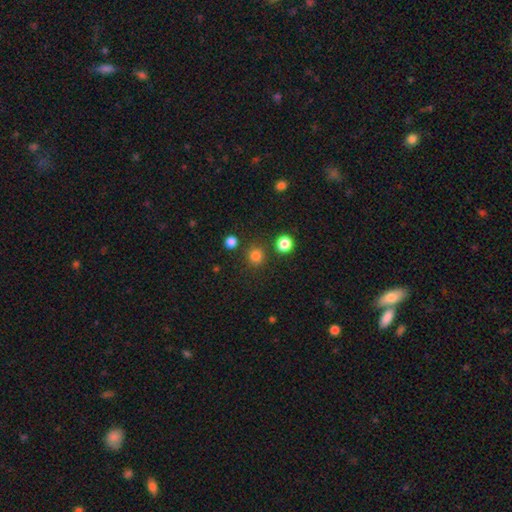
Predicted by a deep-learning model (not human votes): A smooth galaxy with no disk features (81%) that is round (92%). Merging: none (85%).